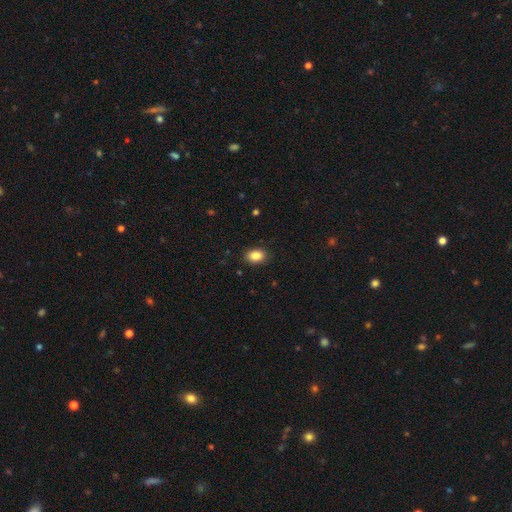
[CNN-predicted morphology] The model was most divided on "how rounded": in between: 76%, round: 23%, cigar-shaped: 1%. More confident: merging — none (89%); smooth or featured — smooth (86%).